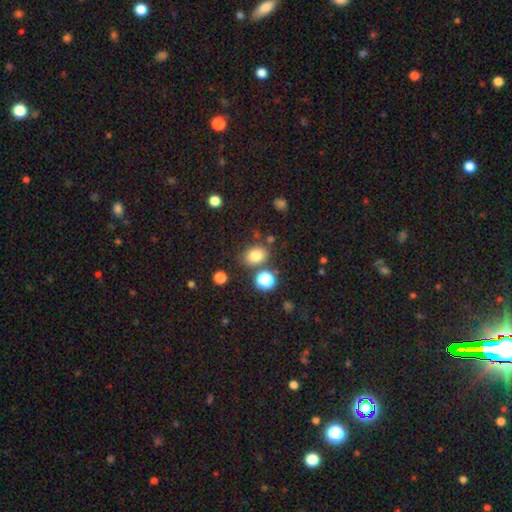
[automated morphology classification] Q: Smooth or featured?
A: smooth (78%); runner-up: star or artifact (15%)
Q: How rounded?
A: in between (52%); runner-up: round (47%)
Q: Merging?
A: none (76%); runner-up: minor disturbance (11%)